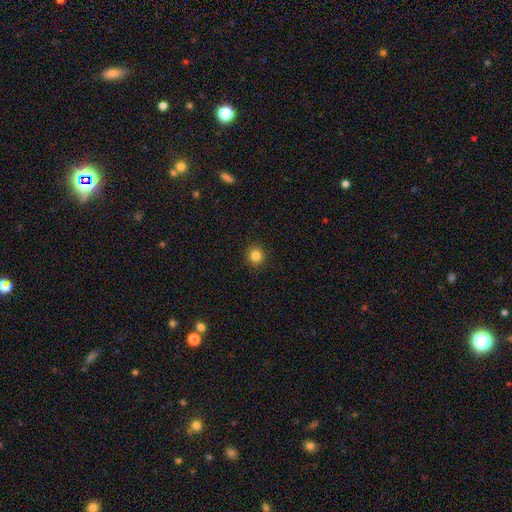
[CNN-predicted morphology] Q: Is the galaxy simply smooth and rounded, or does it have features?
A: smooth — 84%.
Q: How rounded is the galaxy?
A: round — 92%.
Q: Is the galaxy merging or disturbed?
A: none — 92%.